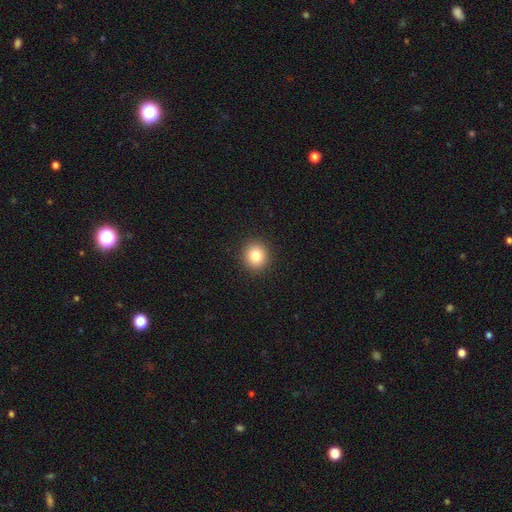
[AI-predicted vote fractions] Overall: smooth (82%). How rounded: round (89%). Merging: none (93%).